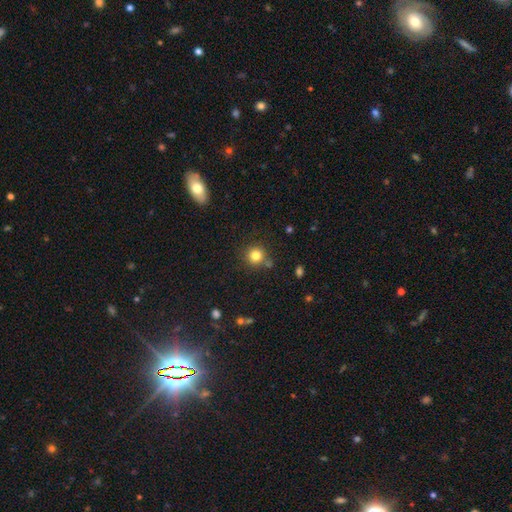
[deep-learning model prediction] This appears to be a smooth galaxy with no disk features (81%) that is round (92%). Merging: none (79%).